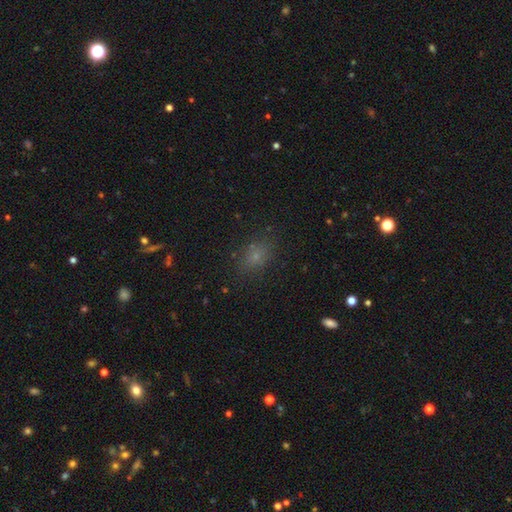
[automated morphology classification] smooth_or_featured: smooth (p=0.68) [alt: star or artifact p=0.22]
how_rounded: in between (p=0.66) [alt: round p=0.32]
merging: none (p=0.79) [alt: minor disturbance p=0.13]